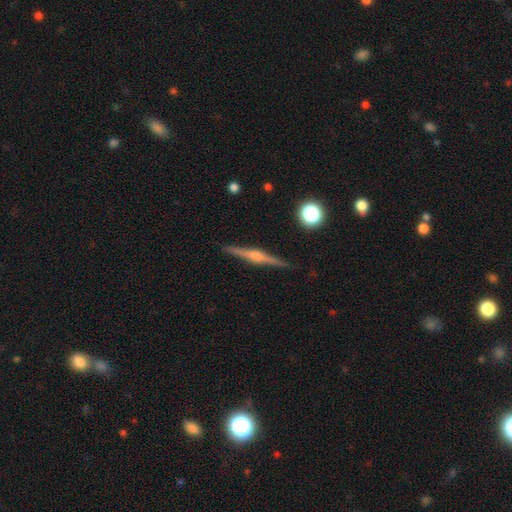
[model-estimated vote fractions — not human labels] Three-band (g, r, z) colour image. It shows a featured or disk galaxy (81%) viewed edge-on (98%) with a rounded central bulge (87%). Merging: none (92%).